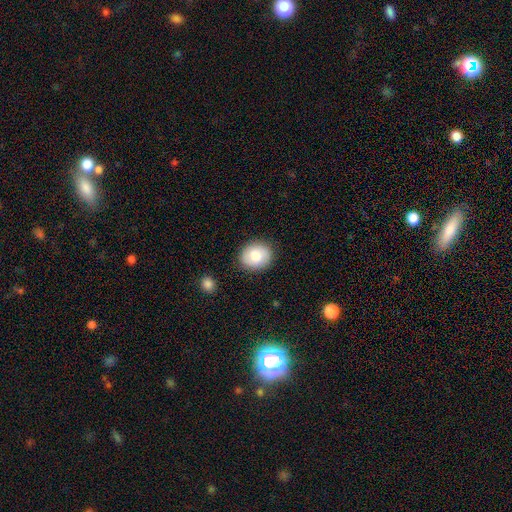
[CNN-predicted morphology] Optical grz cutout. It shows a smooth galaxy with no disk features (79%) that is round (71%). Merging: none (87%).